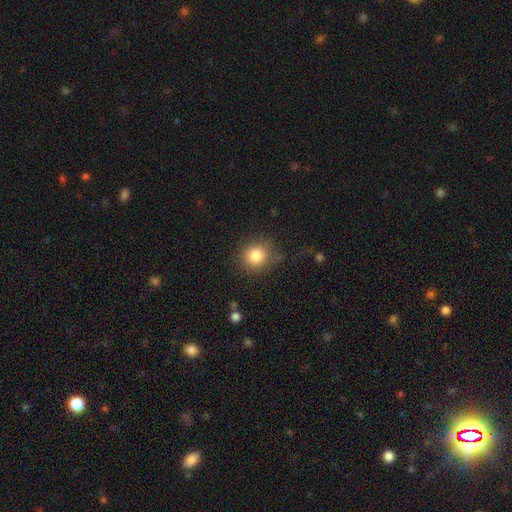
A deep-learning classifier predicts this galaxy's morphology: A smooth galaxy with no disk features (83%) that is round (82%). Merging: none (75%).